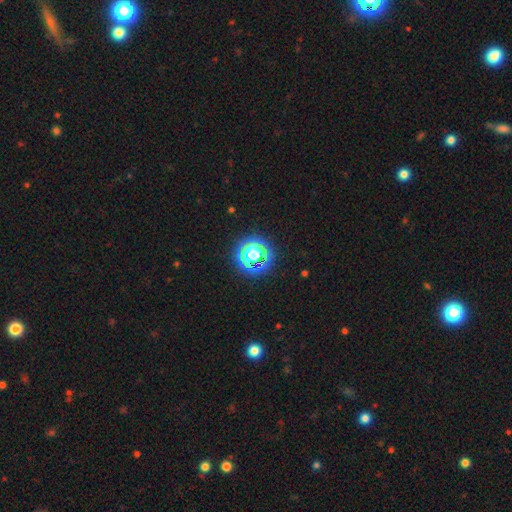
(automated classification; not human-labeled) Q: Smooth or featured?
A: star or artifact (77%); runner-up: smooth (16%)